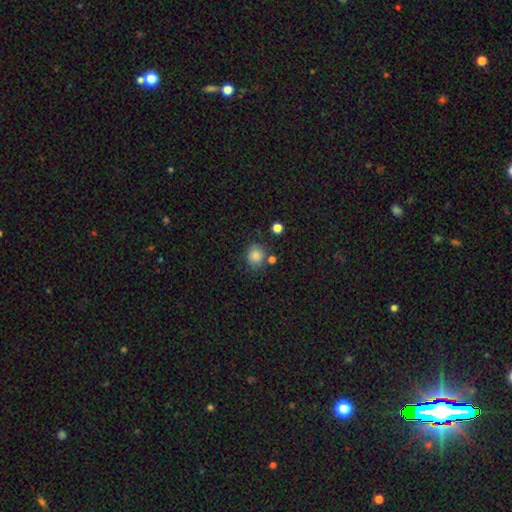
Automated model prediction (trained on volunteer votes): This appears to be a smooth galaxy with no disk features (84%) that is round (84%). Merging: none (76%).